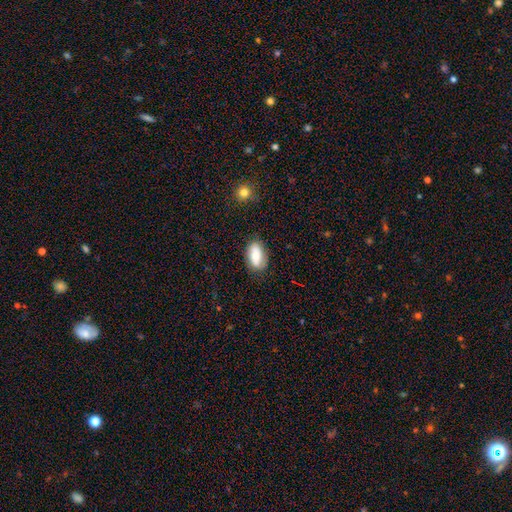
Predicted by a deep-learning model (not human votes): Smooth or featured?
  - smooth: 68% *
  - featured or disk: 24%
  - star or artifact: 7%
How rounded?
  - in between: 91% *
  - round: 6%
  - cigar-shaped: 3%
Merging?
  - none: 78% *
  - minor disturbance: 17%
  - major disturbance: 4%
  - merger: 2%